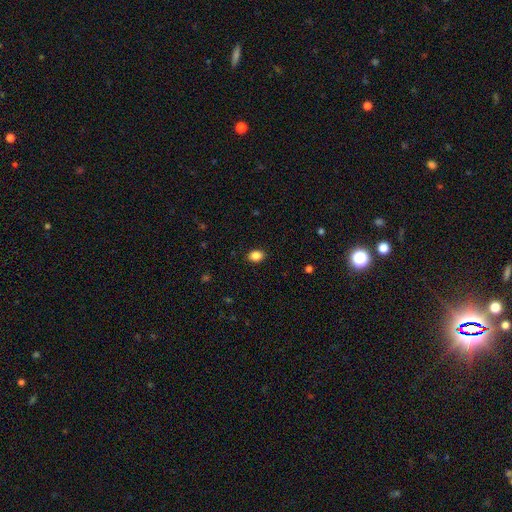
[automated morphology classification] Q: Smooth or featured?
A: smooth (87%); runner-up: star or artifact (9%)
Q: How rounded?
A: in between (67%); runner-up: round (33%)
Q: Merging?
A: none (89%); runner-up: minor disturbance (8%)